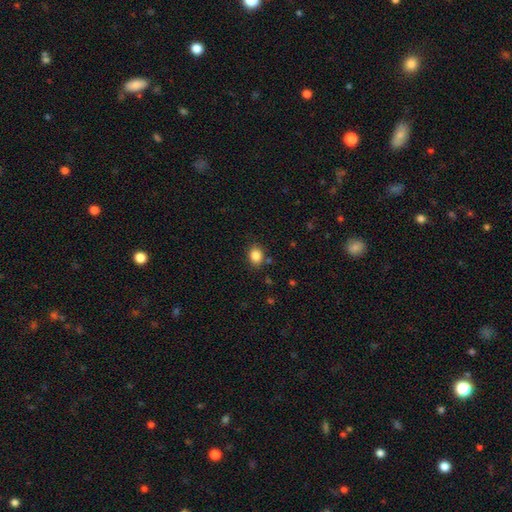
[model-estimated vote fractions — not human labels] Overall: smooth (85%). How rounded: in between (53%; round 46%). Merging: none (83%).